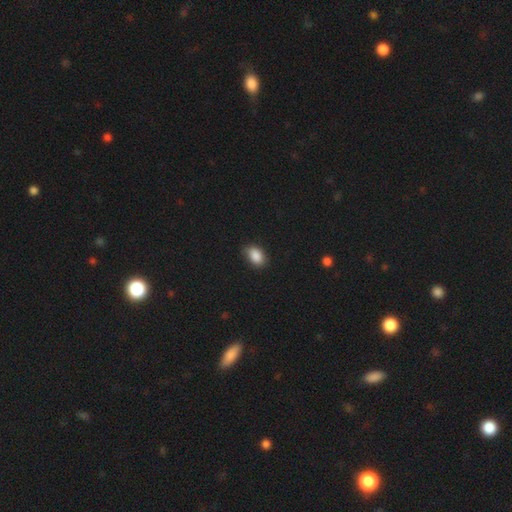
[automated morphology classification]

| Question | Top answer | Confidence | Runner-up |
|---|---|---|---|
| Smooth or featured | smooth | 88% | star or artifact (8%) |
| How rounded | in between | 85% | round (14%) |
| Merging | none | 81% | minor disturbance (15%) |